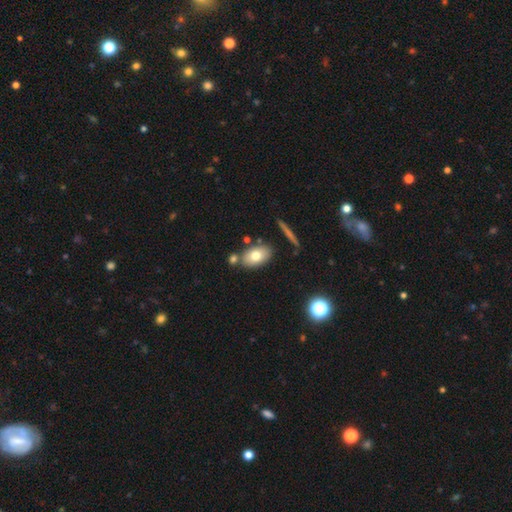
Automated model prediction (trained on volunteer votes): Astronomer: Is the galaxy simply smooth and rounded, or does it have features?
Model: smooth — 74%.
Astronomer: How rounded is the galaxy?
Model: in between — 89%.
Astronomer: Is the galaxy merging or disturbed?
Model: none — 72%.